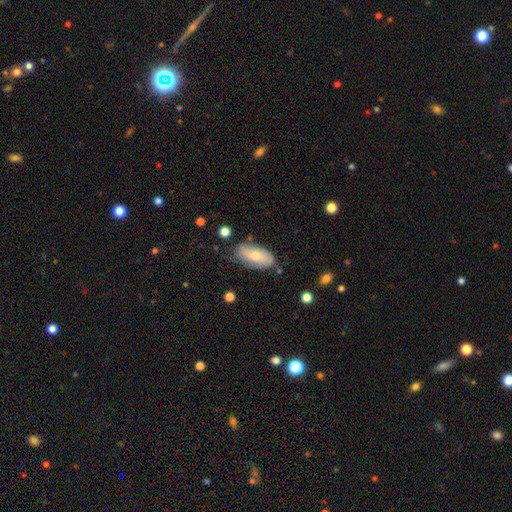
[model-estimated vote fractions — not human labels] A smooth galaxy with no disk features (63%) that is in between round and cigar-shaped (90%). Merging: none (61%).